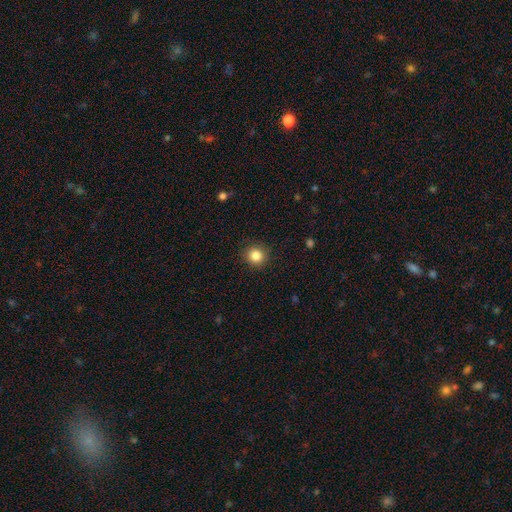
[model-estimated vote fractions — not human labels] Smooth or featured: smooth — 85% (star or artifact — 10%)
How rounded: round — 91% (in between — 8%)
Merging: none — 90% (minor disturbance — 7%)